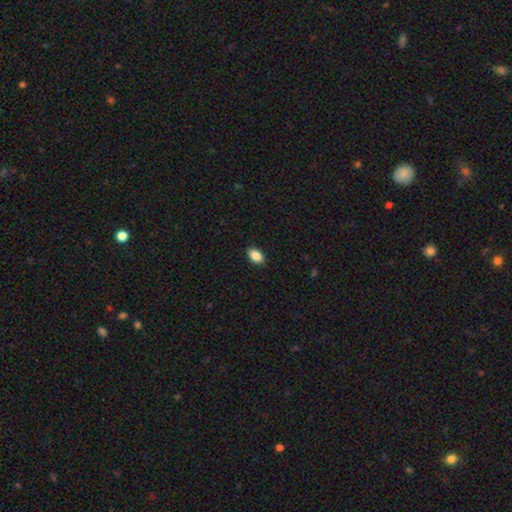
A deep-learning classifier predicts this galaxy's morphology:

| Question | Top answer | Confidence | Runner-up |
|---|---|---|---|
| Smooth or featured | smooth | 88% | star or artifact (8%) |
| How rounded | in between | 90% | round (8%) |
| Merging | none | 89% | minor disturbance (8%) |